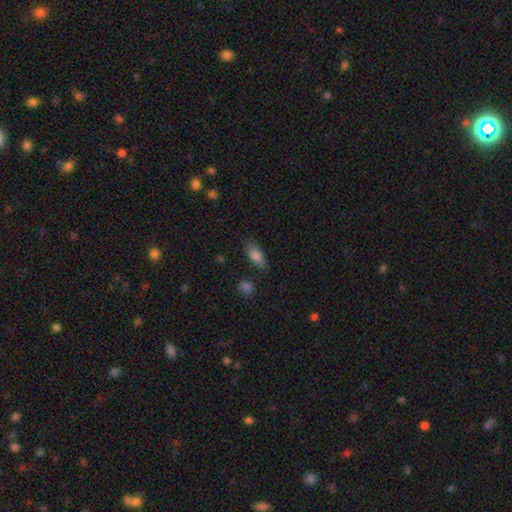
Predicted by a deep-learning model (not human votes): This is clearly a smooth galaxy (83%). How rounded: clearly in between (83%). Merging: likely none (71%).